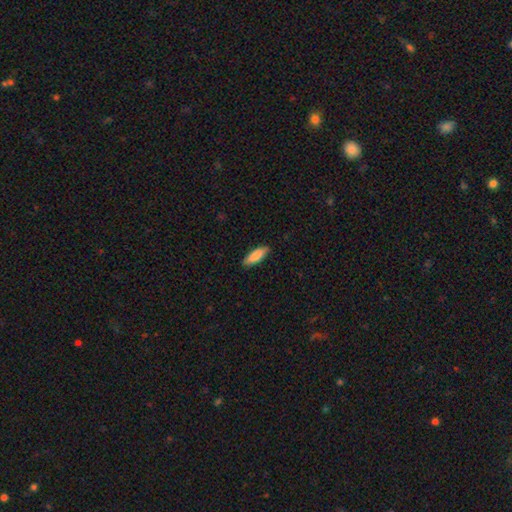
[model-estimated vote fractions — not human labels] Morphology: type=smooth (87%); roundness=in between (54%); merging=none (88%).